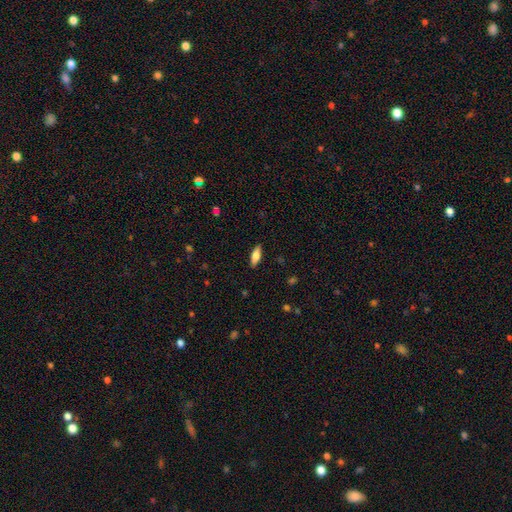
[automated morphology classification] smooth 71%, featured or disk 23%, star or artifact 7%. Down the decision tree: how rounded — in between (63%); merging — none (88%).